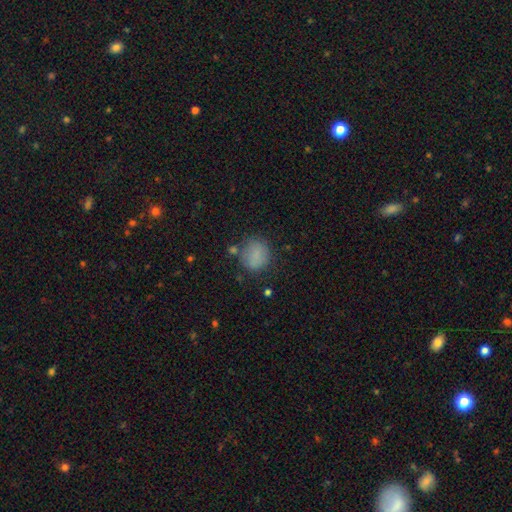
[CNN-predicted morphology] type=smooth (82%); roundness=round (77%); merging=none (72%).